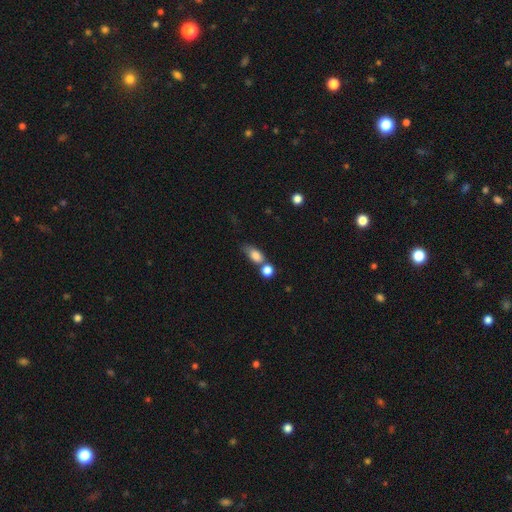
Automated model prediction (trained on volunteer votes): The model was most divided on "merging" (2-way tie): none: 37%, merger: 37%, minor disturbance: 17%, major disturbance: 9%. More confident: smooth or featured — smooth (81%); how rounded — in between (75%).